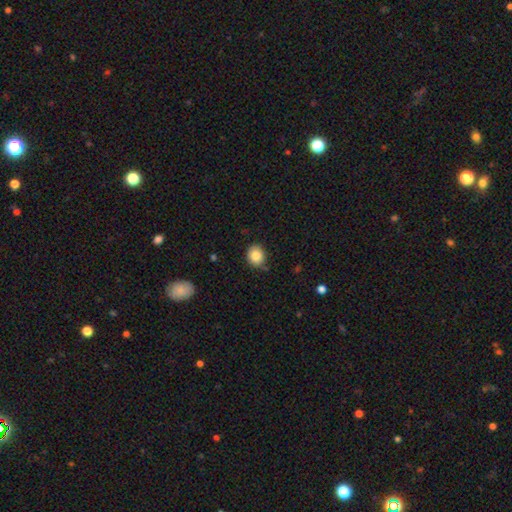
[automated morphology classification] Smooth or featured: smooth — 84% (star or artifact — 10%)
How rounded: round — 73% (in between — 27%)
Merging: none — 78% (minor disturbance — 17%)